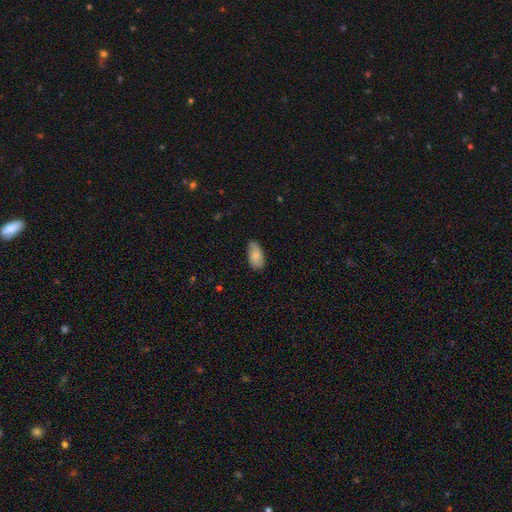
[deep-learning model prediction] Q: Smooth or featured?
A: smooth (82%); runner-up: featured or disk (11%)
Q: How rounded?
A: in between (93%); runner-up: cigar-shaped (4%)
Q: Merging?
A: none (77%); runner-up: minor disturbance (19%)